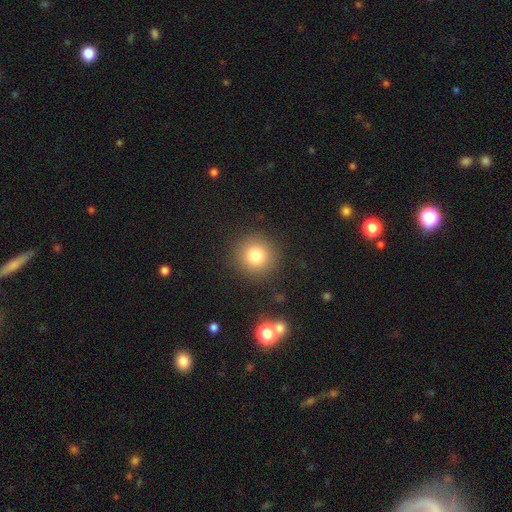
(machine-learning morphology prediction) A smooth galaxy with no disk features (79%) that is round (94%). Merging: none (89%).